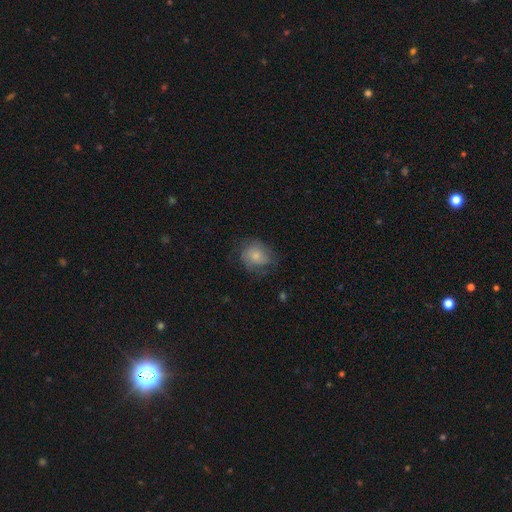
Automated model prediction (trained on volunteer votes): Q: Smooth or featured?
A: smooth (69%); runner-up: featured or disk (23%)
Q: How rounded?
A: round (69%); runner-up: in between (30%)
Q: Merging?
A: none (58%); runner-up: minor disturbance (26%)